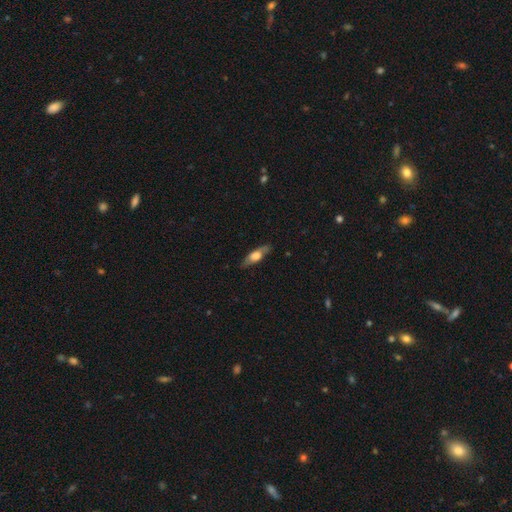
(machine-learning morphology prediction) A smooth galaxy with no disk features (49%).

Vote fractions:
- Smooth or featured? smooth: 49% / featured or disk: 45% / star or artifact: 6%
- Merging? none: 81% / minor disturbance: 15% / major disturbance: 3% / merger: 1%